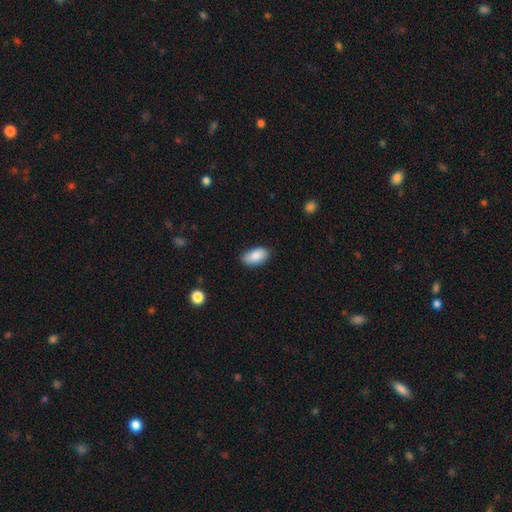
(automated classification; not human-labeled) A smooth galaxy with no disk features (86%) that is in between round and cigar-shaped (94%). Merging: none (84%).